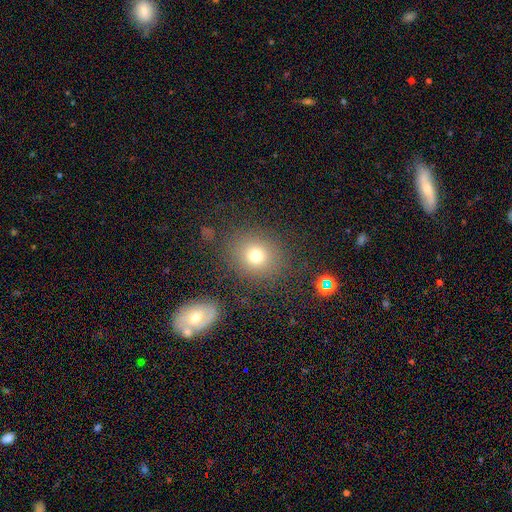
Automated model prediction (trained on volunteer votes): The model was most divided on "how rounded": round: 76%, in between: 23%, cigar-shaped: 1%. More confident: merging — none (82%); smooth or featured — smooth (75%).